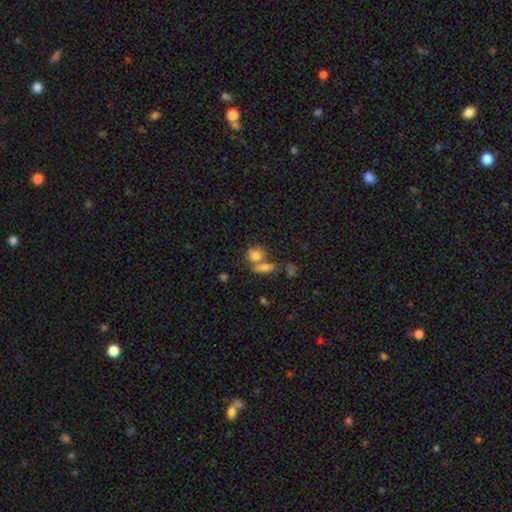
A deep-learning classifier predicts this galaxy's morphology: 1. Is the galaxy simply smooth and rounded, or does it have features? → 77% smooth, 12% featured or disk, 11% star or artifact.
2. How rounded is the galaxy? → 57% round, 37% in between, 6% cigar-shaped.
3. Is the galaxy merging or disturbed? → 46% none, 37% merger, 11% minor disturbance, 6% major disturbance.